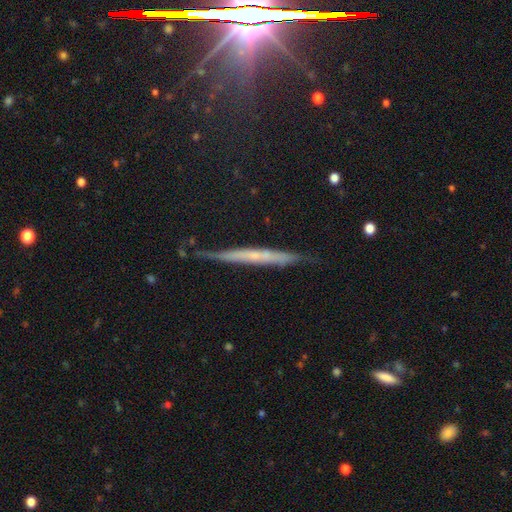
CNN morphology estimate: Smooth or featured: featured or disk — 56% (smooth — 32%)
Edge-on disk: yes — 92% (no — 8%)
Edge-on bulge: none — 71% (rounded — 23%)
Merging: none — 75% (minor disturbance — 19%)